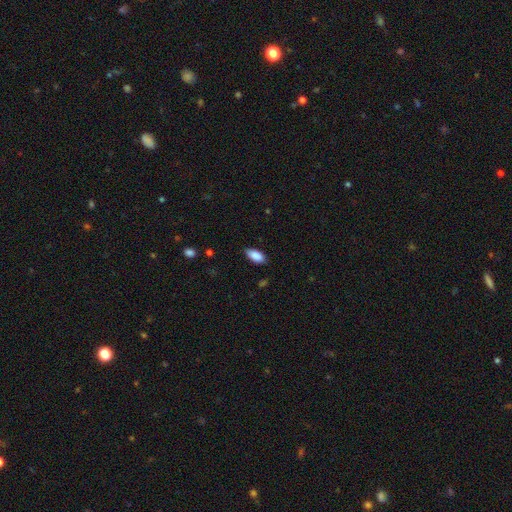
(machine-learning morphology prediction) Smooth or featured?
  - smooth: 89% *
  - star or artifact: 6%
  - featured or disk: 5%
How rounded?
  - in between: 90% *
  - cigar-shaped: 7%
  - round: 2%
Merging?
  - none: 83% *
  - minor disturbance: 14%
  - major disturbance: 2%
  - merger: 1%